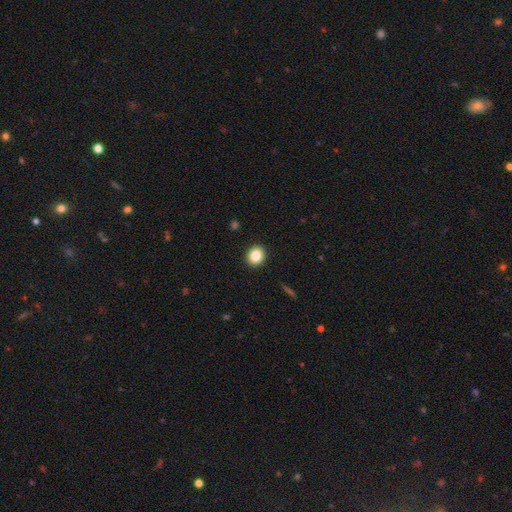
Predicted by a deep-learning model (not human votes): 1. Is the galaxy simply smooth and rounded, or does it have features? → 85% smooth, 10% star or artifact, 6% featured or disk.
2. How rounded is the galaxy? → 69% round, 30% in between, 1% cigar-shaped.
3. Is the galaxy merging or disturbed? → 92% none, 5% minor disturbance, 2% major disturbance, 1% merger.